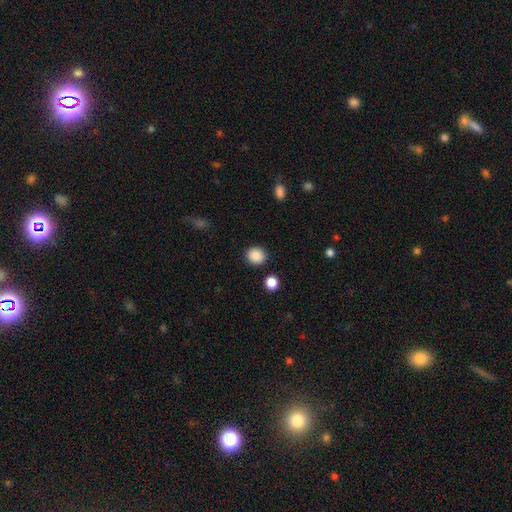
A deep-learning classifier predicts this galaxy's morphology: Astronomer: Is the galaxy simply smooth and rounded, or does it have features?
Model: smooth — 88%.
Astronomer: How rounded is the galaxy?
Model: round — 77%.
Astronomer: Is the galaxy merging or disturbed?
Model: none — 88%.